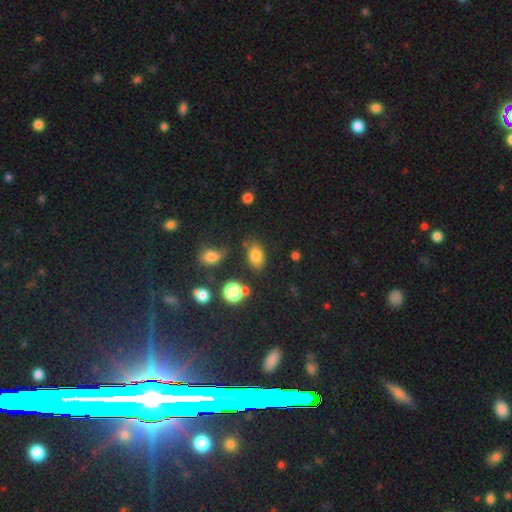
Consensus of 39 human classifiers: A smooth galaxy with no disk features (90%) that is in between round and cigar-shaped (91%).

Vote fractions:
- Smooth or featured? smooth: 90% / star or artifact: 10% / featured or disk: 0%
- How rounded? in between: 91% / round: 9% / cigar-shaped: 0%
- Merging? none: 83% / minor disturbance: 14% / major disturbance: 3% / merger: 0%